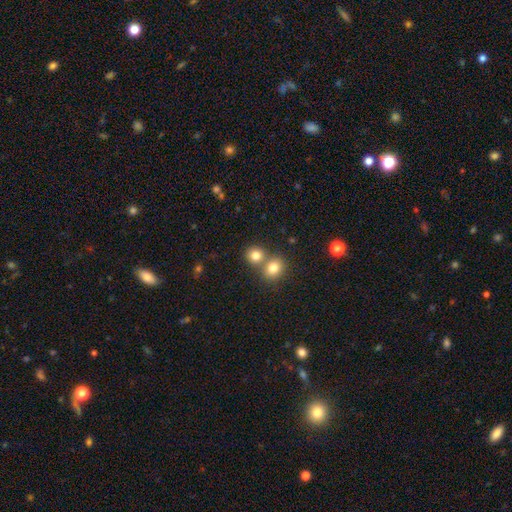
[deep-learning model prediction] This appears to be a smooth galaxy with no disk features (80%) that is round (80%). Merging: none (47%).